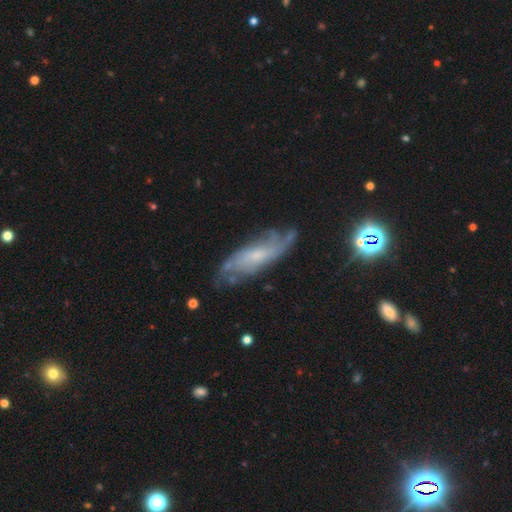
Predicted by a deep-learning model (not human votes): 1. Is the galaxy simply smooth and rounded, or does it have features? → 68% featured or disk, 22% smooth, 9% star or artifact.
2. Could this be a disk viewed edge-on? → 80% no, 20% yes.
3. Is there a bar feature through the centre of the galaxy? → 58% no, 35% weak, 7% strong.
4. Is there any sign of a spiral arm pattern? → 87% yes, 13% no.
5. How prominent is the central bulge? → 52% small, 28% moderate, 16% none, 3% large, 1% dominant.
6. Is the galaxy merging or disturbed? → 68% none, 21% minor disturbance, 9% major disturbance, 2% merger.